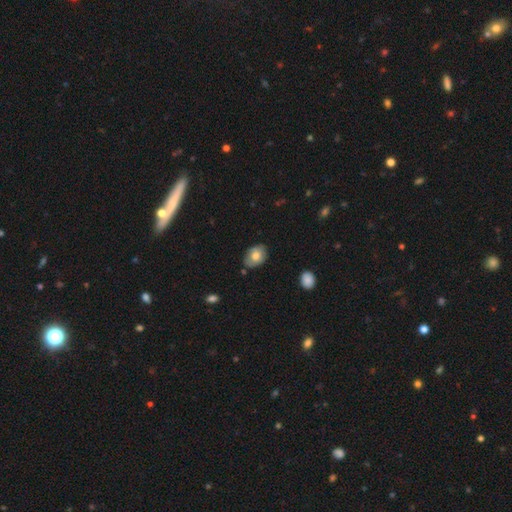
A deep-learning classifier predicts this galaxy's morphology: Smooth or featured: smooth — 75% (featured or disk — 18%)
How rounded: in between — 77% (round — 22%)
Merging: none — 77% (minor disturbance — 18%)